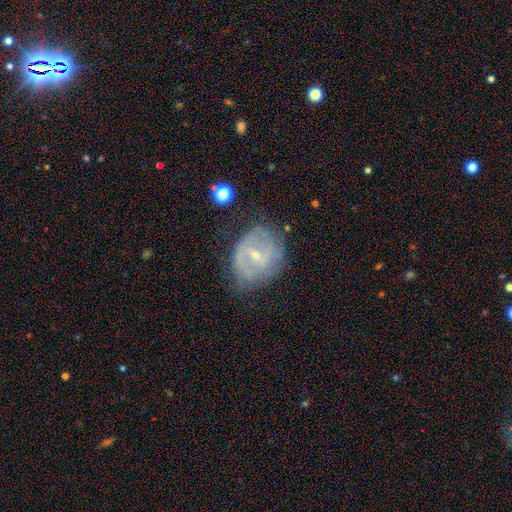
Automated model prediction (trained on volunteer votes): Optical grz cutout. It shows a featured or disk galaxy (71%) with a weak bar (48%), 2 (45%) tight (47%) spiral arms (73%) and a small central bulge (68%). Merging: none (62%).